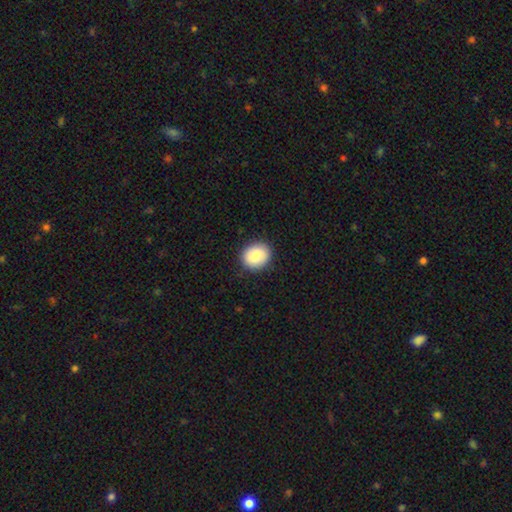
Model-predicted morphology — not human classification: The model was most divided on "how rounded": round: 59%, in between: 40%, cigar-shaped: 1%. More confident: merging — none (88%); smooth or featured — smooth (85%).